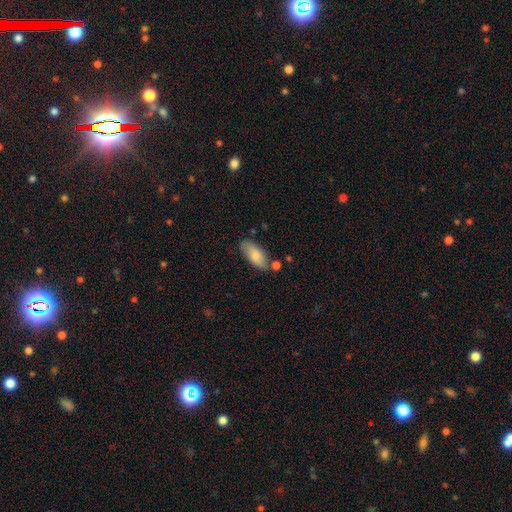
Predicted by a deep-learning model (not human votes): The model was most divided on "merging": none: 68%, minor disturbance: 20%, merger: 8%, major disturbance: 4%. More confident: how rounded — in between (88%); smooth or featured — smooth (80%).